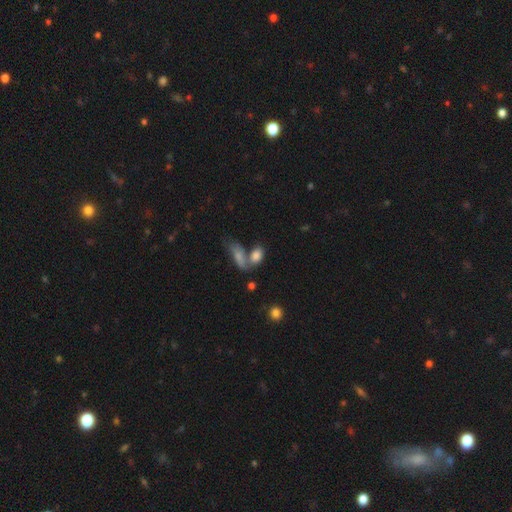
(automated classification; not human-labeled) Smooth or featured? Predicted: smooth (p=0.79). How rounded? Predicted: in between (p=0.84). Merging? Predicted: merger (p=0.44).